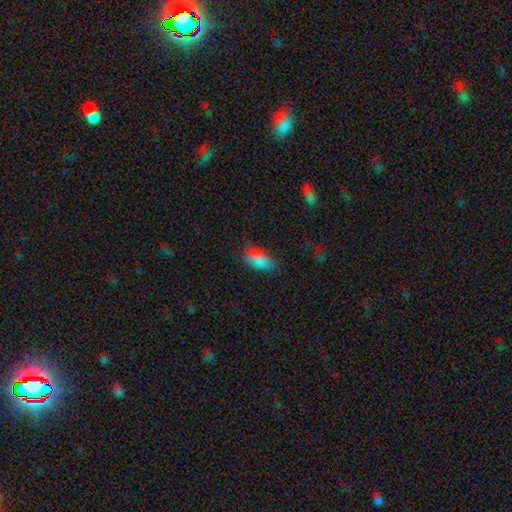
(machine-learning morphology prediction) smooth-or-featured: smooth: 85% | star or artifact: 9% | featured or disk: 6%
  how-rounded: in between: 90% | cigar-shaped: 7% | round: 3%
  merging: none: 68% | minor disturbance: 23% | major disturbance: 7% | merger: 2%